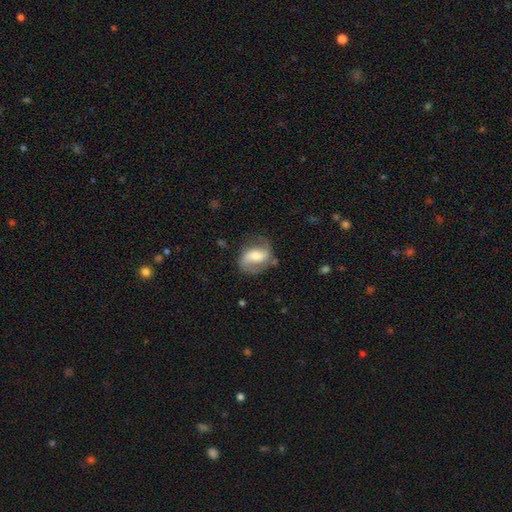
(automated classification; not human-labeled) featured or disk 72%, smooth 21%, star or artifact 6%. Down the decision tree: edge-on disk — no (97%); bar — weak (40%); spiral arms — yes (91%); spiral arm count — 2 (87%); spiral winding — loose (48%); bulge size — moderate (57%); merging — none (69%).